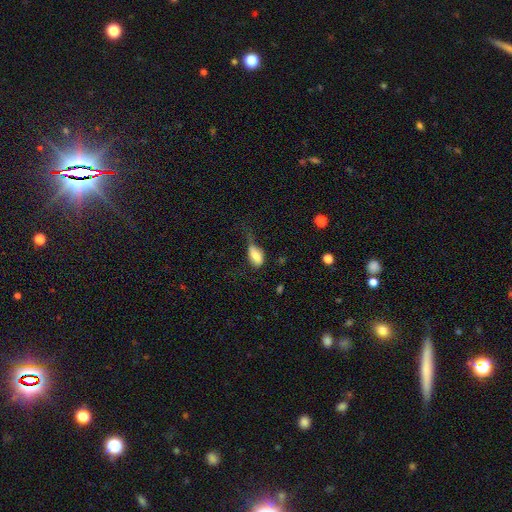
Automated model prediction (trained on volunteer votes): Q: Smooth or featured?
A: smooth (73%); runner-up: featured or disk (18%)
Q: How rounded?
A: in between (86%); runner-up: cigar-shaped (8%)
Q: Merging?
A: major disturbance (45%); runner-up: minor disturbance (32%)